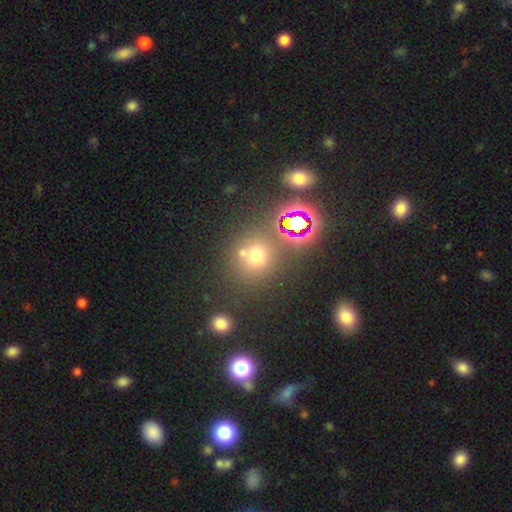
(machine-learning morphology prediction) Smooth or featured? smooth (59%)
How rounded? round (83%)
Merging? none (68%)